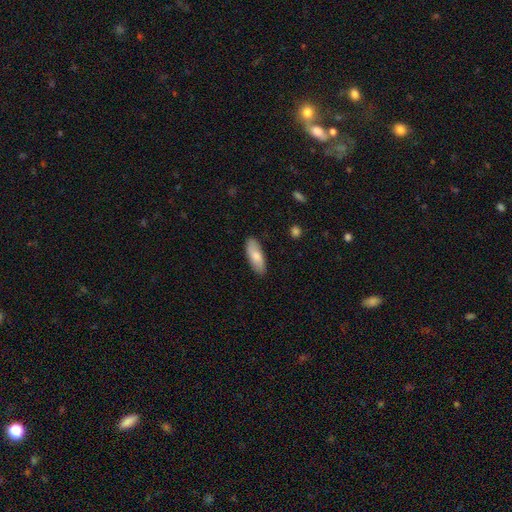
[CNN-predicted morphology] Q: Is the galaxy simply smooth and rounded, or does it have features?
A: smooth — 77%.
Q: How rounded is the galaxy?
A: in between — 70%.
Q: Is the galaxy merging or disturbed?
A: none — 87%.